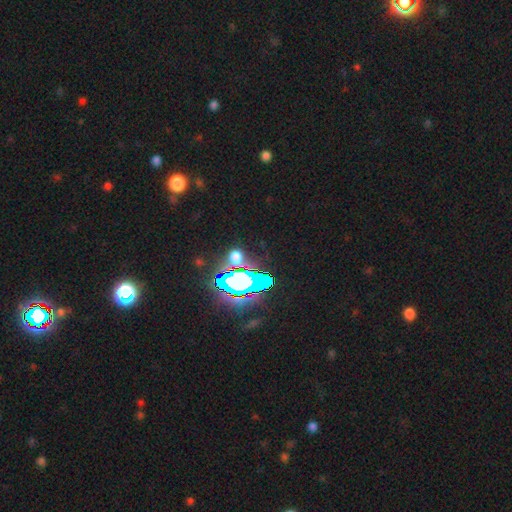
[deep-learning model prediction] Morphology: type=star or artifact (81%).